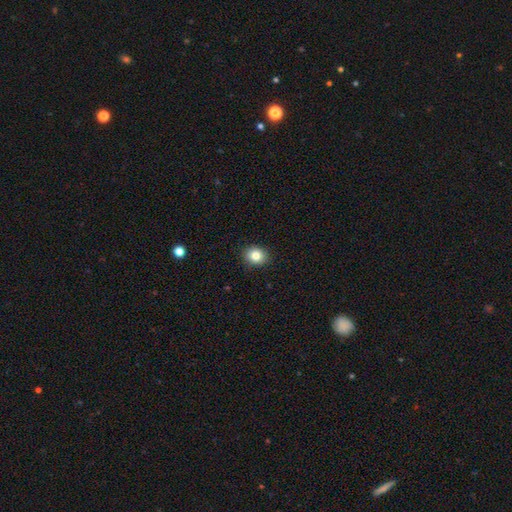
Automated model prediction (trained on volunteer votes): Smooth or featured? smooth (82%)
How rounded? round (62%)
Merging? none (90%)